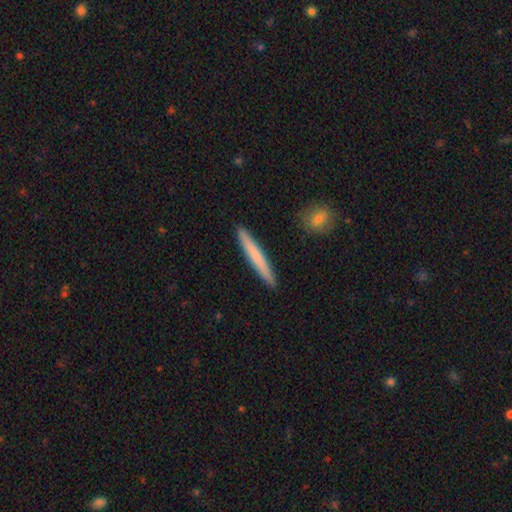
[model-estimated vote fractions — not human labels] Morphology: type=smooth (68%); roundness=cigar-shaped (96%); merging=none (92%).